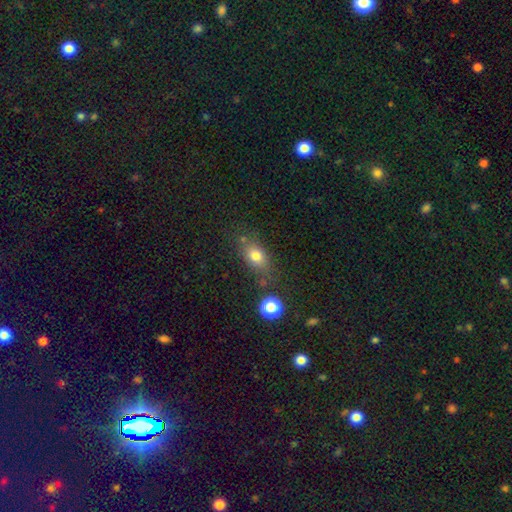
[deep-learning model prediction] Smooth or featured?
  - smooth: 75% *
  - featured or disk: 12%
  - star or artifact: 12%
How rounded?
  - in between: 67% *
  - round: 28%
  - cigar-shaped: 5%
Merging?
  - none: 67% *
  - minor disturbance: 17%
  - merger: 8%
  - major disturbance: 7%